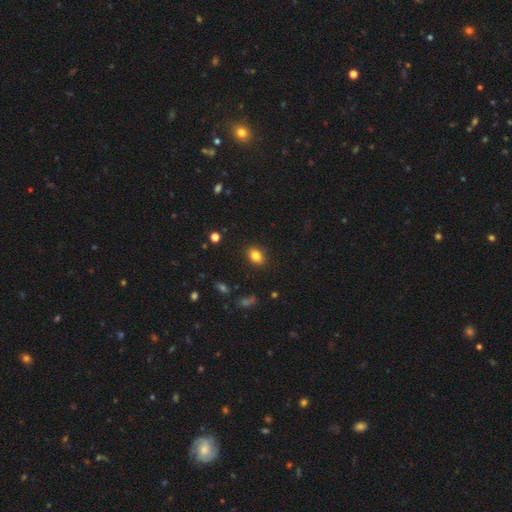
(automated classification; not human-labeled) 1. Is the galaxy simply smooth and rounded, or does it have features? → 83% smooth, 10% star or artifact, 7% featured or disk.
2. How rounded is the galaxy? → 70% in between, 28% round, 1% cigar-shaped.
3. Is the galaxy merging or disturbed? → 86% none, 10% minor disturbance, 2% major disturbance, 1% merger.